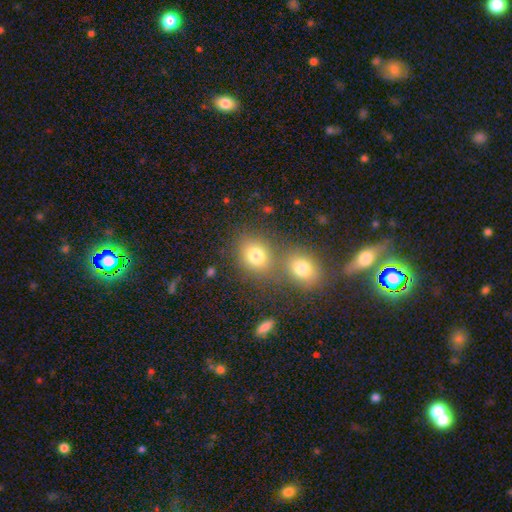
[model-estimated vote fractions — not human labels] A smooth galaxy with no disk features (76%) that is round (66%). Merging: none (52%).